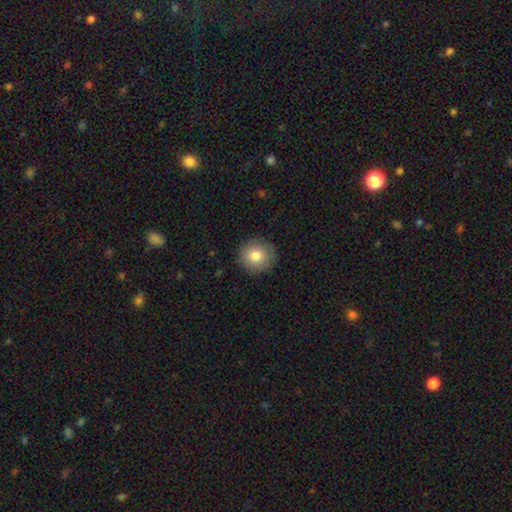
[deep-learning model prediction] Smooth or featured? Predicted: smooth (p=0.81). How rounded? Predicted: round (p=0.90). Merging? Predicted: none (p=0.90).